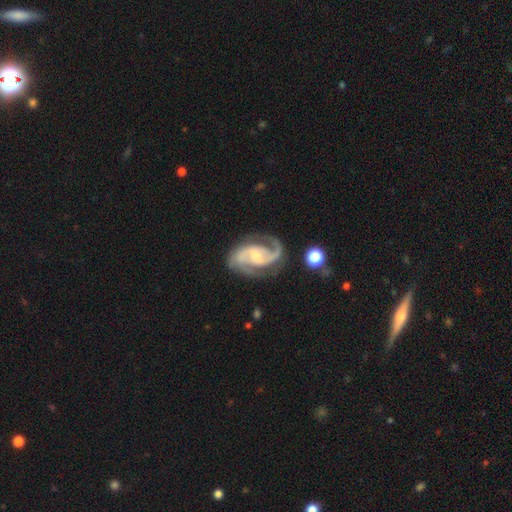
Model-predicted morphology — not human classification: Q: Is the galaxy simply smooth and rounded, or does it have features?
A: featured or disk — 92%.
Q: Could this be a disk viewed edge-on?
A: no — 98%.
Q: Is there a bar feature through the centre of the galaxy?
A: no — 42%, tied with weak.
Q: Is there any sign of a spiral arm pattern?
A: yes — 98%.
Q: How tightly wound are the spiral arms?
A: medium — 58%.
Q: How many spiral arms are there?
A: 2 — 88%.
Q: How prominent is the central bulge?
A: small — 51%.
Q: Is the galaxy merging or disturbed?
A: none — 73%.